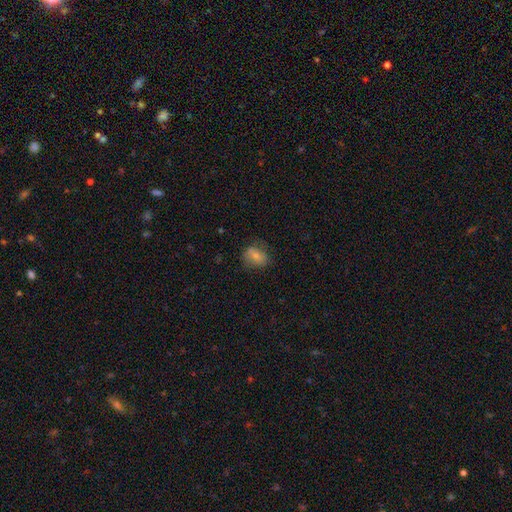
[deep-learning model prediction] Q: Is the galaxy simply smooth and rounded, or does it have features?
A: smooth — 73%.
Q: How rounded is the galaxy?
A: in between — 58%.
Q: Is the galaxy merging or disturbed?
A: none — 67%.